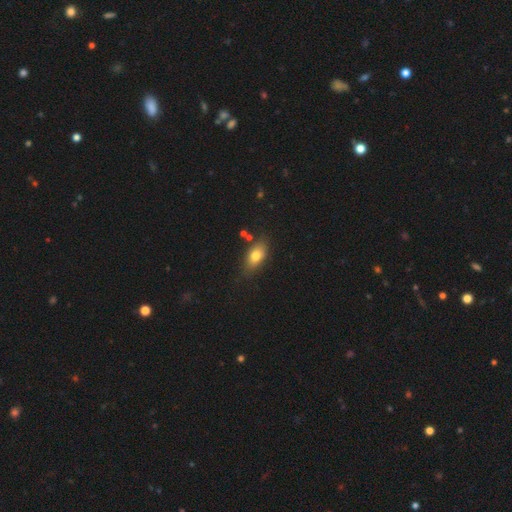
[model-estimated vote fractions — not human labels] Smooth or featured?
  - smooth: 76% *
  - featured or disk: 15%
  - star or artifact: 9%
How rounded?
  - in between: 84% *
  - round: 9%
  - cigar-shaped: 7%
Merging?
  - none: 76% *
  - minor disturbance: 16%
  - merger: 4%
  - major disturbance: 4%